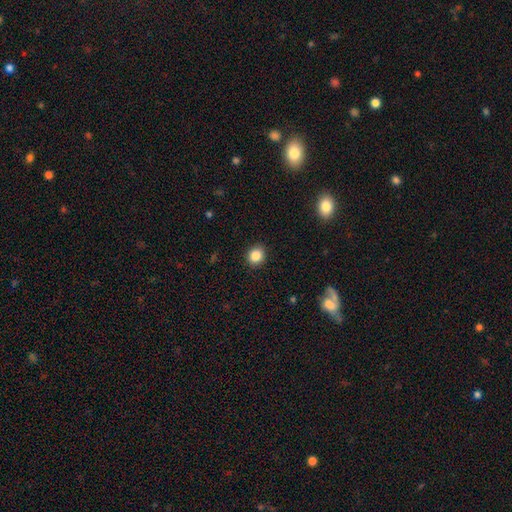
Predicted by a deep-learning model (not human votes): Smooth or featured?
  - smooth: 85% *
  - star or artifact: 10%
  - featured or disk: 5%
How rounded?
  - round: 72% *
  - in between: 27%
  - cigar-shaped: 1%
Merging?
  - none: 90% *
  - minor disturbance: 7%
  - major disturbance: 2%
  - merger: 1%